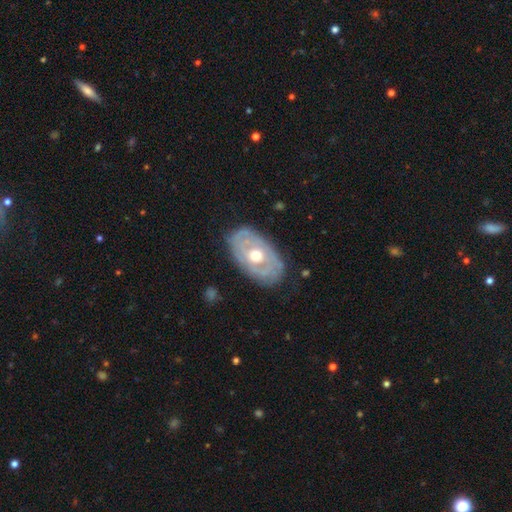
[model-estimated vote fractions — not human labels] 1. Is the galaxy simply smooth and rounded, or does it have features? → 75% featured or disk, 20% smooth, 5% star or artifact.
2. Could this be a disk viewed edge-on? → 93% no, 7% yes.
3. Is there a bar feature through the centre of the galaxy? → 83% no, 14% weak, 4% strong.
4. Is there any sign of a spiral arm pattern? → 61% yes, 39% no.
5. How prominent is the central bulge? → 78% moderate, 13% small, 7% large, 1% dominant, 1% none.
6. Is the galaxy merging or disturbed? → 78% none, 16% minor disturbance, 5% major disturbance, 1% merger.